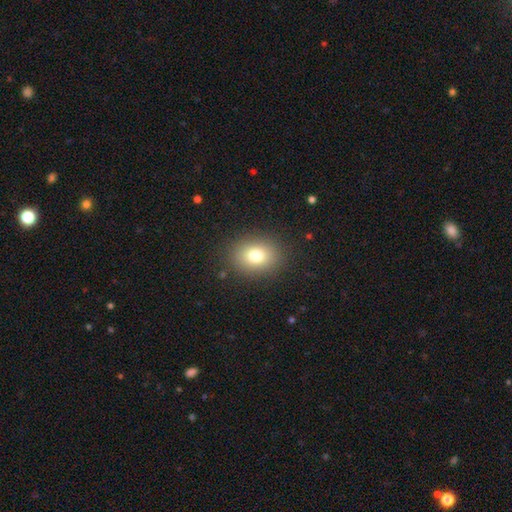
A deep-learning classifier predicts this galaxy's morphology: Smooth or featured?
  - smooth: 78% *
  - star or artifact: 12%
  - featured or disk: 10%
How rounded?
  - round: 54% *
  - in between: 46%
  - cigar-shaped: 1%
Merging?
  - none: 87% *
  - minor disturbance: 8%
  - major disturbance: 4%
  - merger: 1%